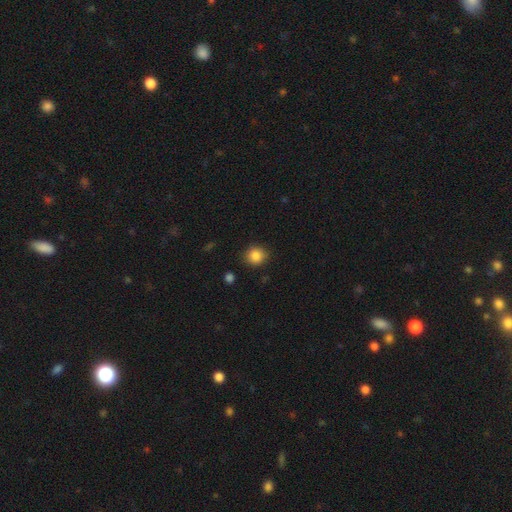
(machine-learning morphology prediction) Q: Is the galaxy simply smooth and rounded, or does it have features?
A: smooth — 86%.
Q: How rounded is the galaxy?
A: round — 85%.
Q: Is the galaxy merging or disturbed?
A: none — 87%.